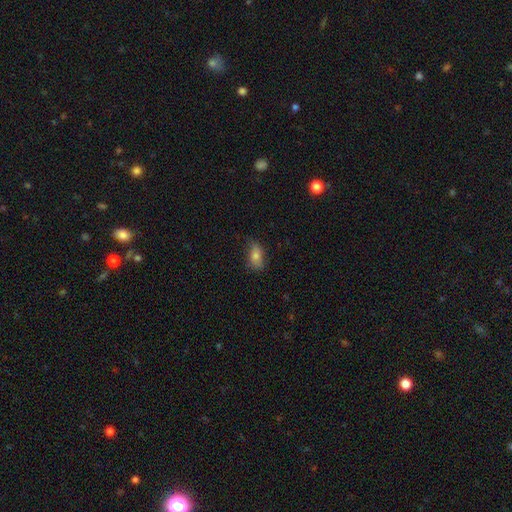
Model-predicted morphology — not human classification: This appears to be a smooth galaxy with no disk features (74%) that is in between round and cigar-shaped (87%). Merging: none (72%).